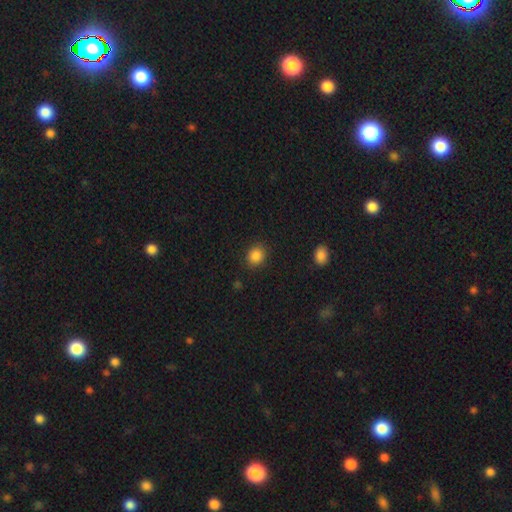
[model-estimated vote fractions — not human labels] This is clearly a smooth galaxy (87%). How rounded: likely round (79%). Merging: clearly none (87%).